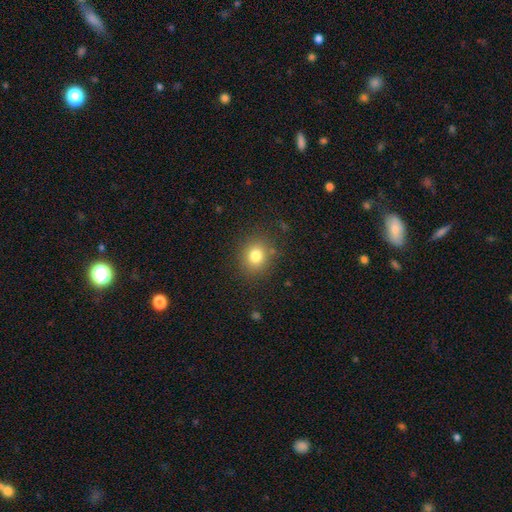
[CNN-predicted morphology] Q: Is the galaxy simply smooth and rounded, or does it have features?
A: smooth — 80%.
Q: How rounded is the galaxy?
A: round — 75%.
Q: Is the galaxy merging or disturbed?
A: none — 85%.